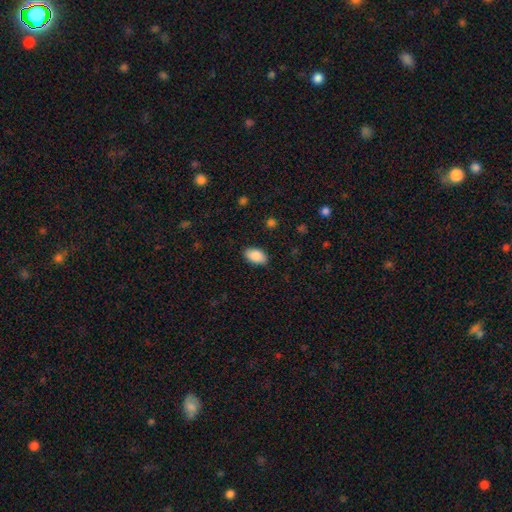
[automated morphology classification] The model was most divided on "merging": none: 87%, minor disturbance: 10%, major disturbance: 2%, merger: 1%. More confident: how rounded — in between (94%); smooth or featured — smooth (89%).